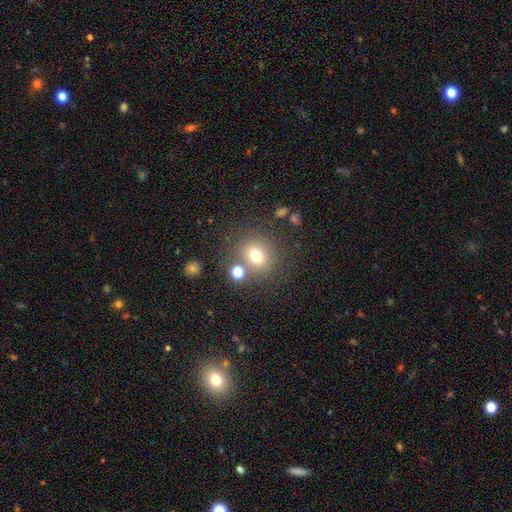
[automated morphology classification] This is likely a smooth galaxy (71%). How rounded: clearly round (81%). Merging: likely none (71%).